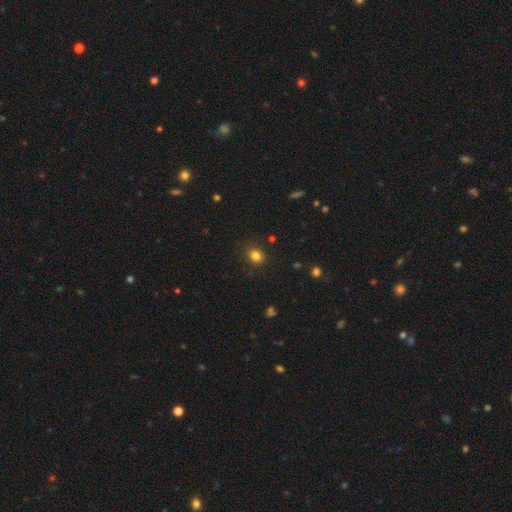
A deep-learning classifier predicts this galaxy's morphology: A smooth galaxy with no disk features (82%) that is round (78%).

Vote fractions:
- Smooth or featured? smooth: 82% / star or artifact: 13% / featured or disk: 5%
- How rounded? round: 78% / in between: 21% / cigar-shaped: 1%
- Merging? none: 86% / minor disturbance: 9% / major disturbance: 3% / merger: 1%